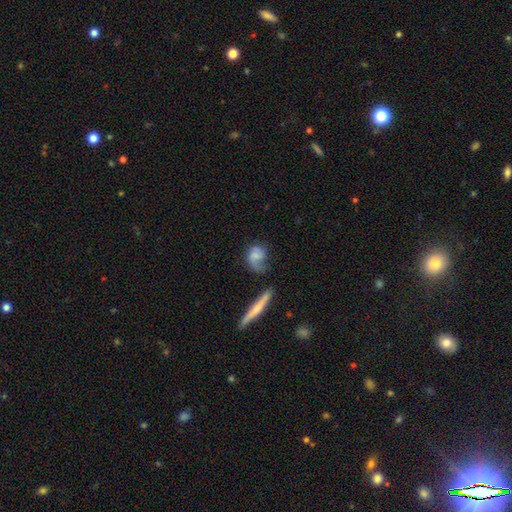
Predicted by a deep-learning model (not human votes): A smooth galaxy with no disk features (58%) that is in between round and cigar-shaped (56%). Merging: none (41%).